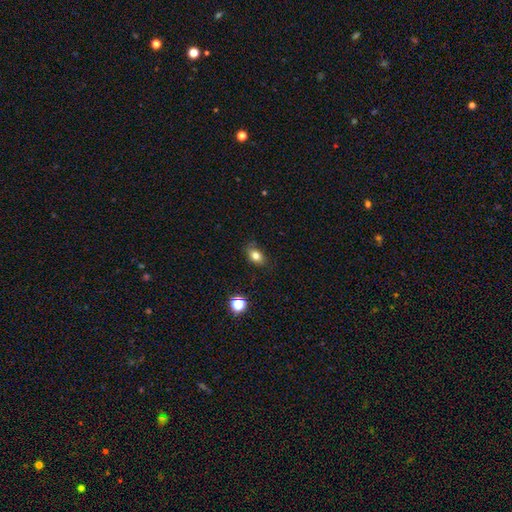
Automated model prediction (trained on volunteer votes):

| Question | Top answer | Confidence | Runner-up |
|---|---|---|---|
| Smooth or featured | smooth | 79% | star or artifact (11%) |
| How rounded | in between | 79% | round (19%) |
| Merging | none | 79% | minor disturbance (16%) |